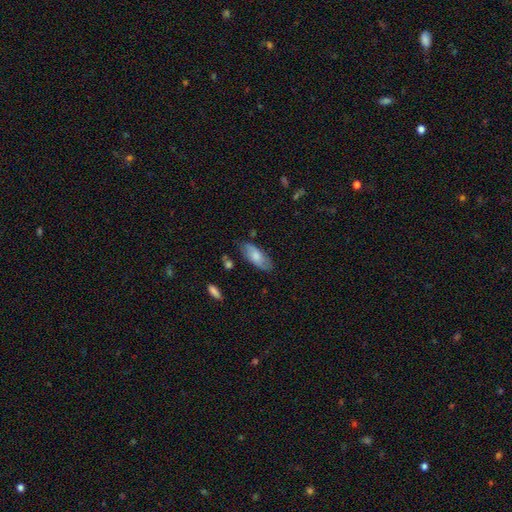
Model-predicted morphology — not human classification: A smooth galaxy with no disk features (73%) that is in between round and cigar-shaped (82%). Merging: none (76%).